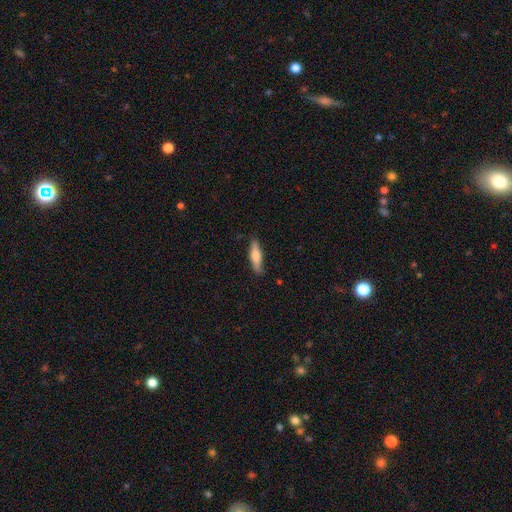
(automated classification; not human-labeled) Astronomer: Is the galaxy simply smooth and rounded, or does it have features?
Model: smooth — 63%.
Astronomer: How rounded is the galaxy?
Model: cigar-shaped — 69%.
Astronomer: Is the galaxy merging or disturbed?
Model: none — 82%.